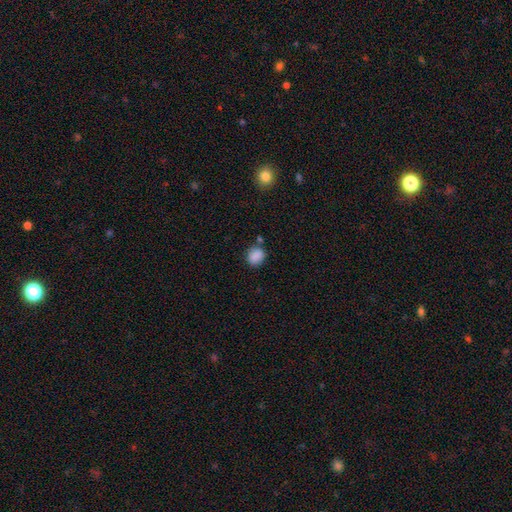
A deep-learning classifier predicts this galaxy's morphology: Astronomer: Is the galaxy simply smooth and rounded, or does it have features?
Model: smooth — 86%.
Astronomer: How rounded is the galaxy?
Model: round — 66%.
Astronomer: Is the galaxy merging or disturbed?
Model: none — 72%.